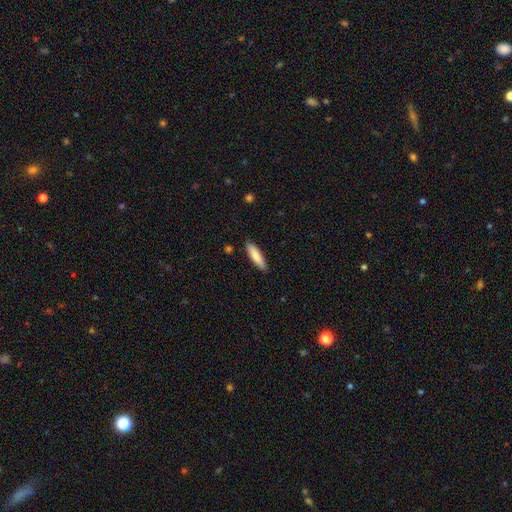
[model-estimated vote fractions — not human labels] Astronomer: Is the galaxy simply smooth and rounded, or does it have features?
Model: smooth — 81%.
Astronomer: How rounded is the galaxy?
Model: cigar-shaped — 66%.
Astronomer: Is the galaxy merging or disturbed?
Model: none — 87%.